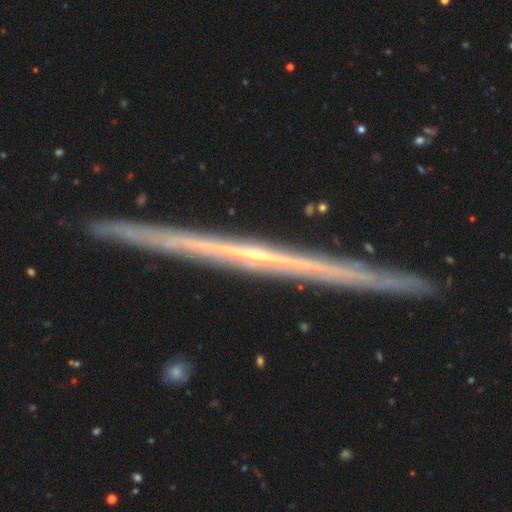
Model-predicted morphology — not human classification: This appears to be a featured or disk galaxy (80%) viewed edge-on (98%) with no central bulge (71%). Merging: none (92%).